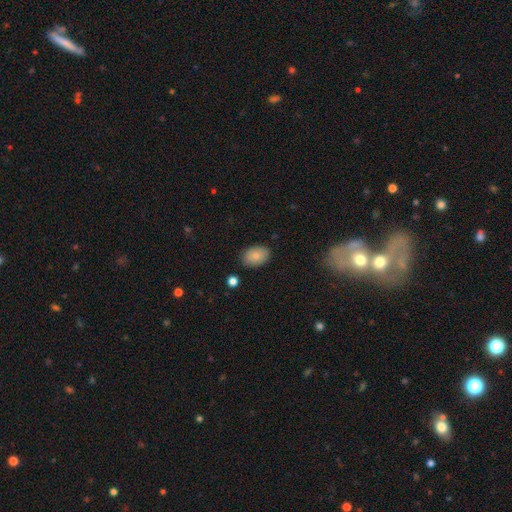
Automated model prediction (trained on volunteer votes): Smooth or featured: smooth — 82% (featured or disk — 10%)
How rounded: in between — 85% (round — 14%)
Merging: none — 86% (minor disturbance — 10%)